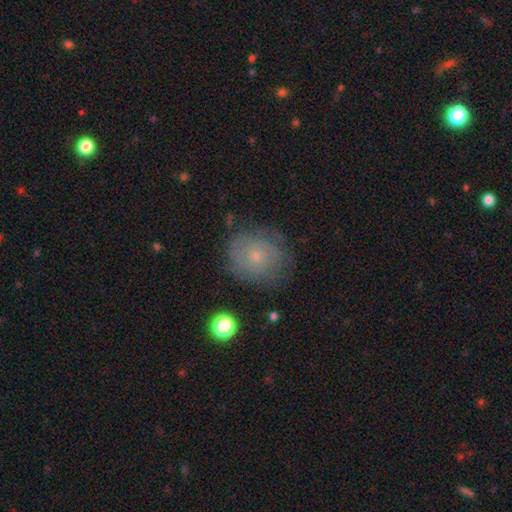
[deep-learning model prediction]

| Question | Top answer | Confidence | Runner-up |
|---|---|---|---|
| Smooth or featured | featured or disk | 47% | smooth (42%) |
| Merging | none | 72% | minor disturbance (19%) |